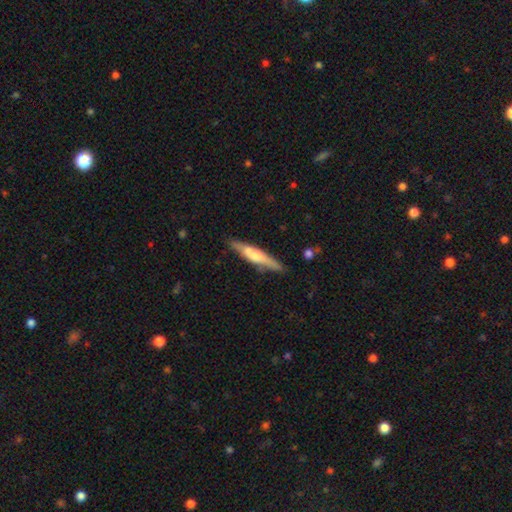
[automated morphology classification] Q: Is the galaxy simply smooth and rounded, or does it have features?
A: featured or disk — 48%.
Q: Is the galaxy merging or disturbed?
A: none — 79%.